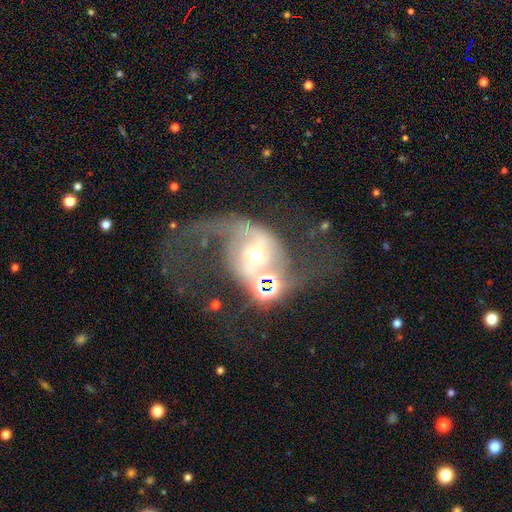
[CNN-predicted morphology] smooth_or_featured: featured or disk (p=0.69) [alt: smooth p=0.18]
disk_edge_on: no (p=0.95) [alt: yes p=0.05]
bar: no (p=0.39) [alt: strong p=0.31]
has_spiral_arms: yes (p=0.74) [alt: no p=0.26]
bulge_size: moderate (p=0.68) [alt: small p=0.15]
merging: none (p=0.35) [alt: major disturbance p=0.31]